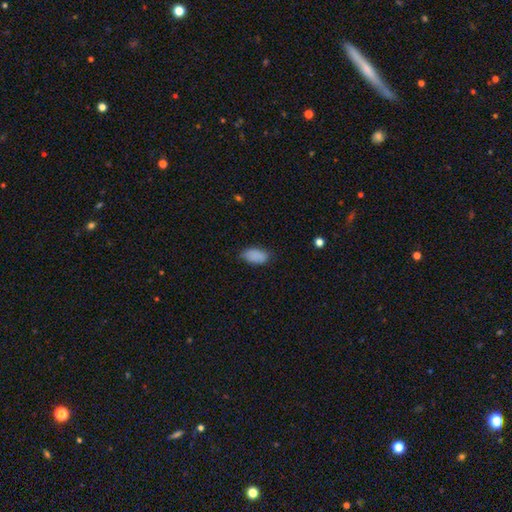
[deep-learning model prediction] Smooth or featured: smooth — 88% (star or artifact — 8%)
How rounded: in between — 93% (round — 4%)
Merging: none — 75% (minor disturbance — 20%)